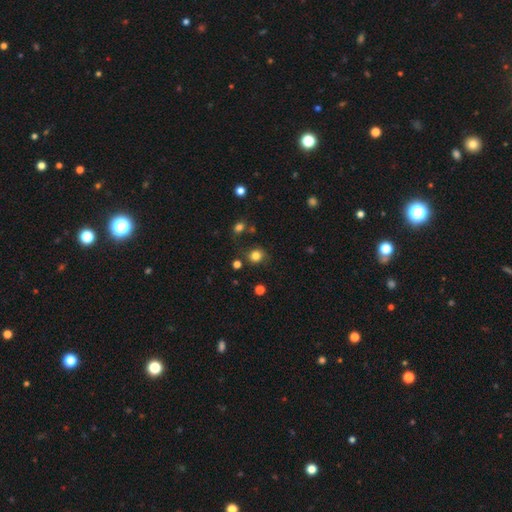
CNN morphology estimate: This appears to be a smooth galaxy with no disk features (81%) that is round (84%). Merging: none (79%).